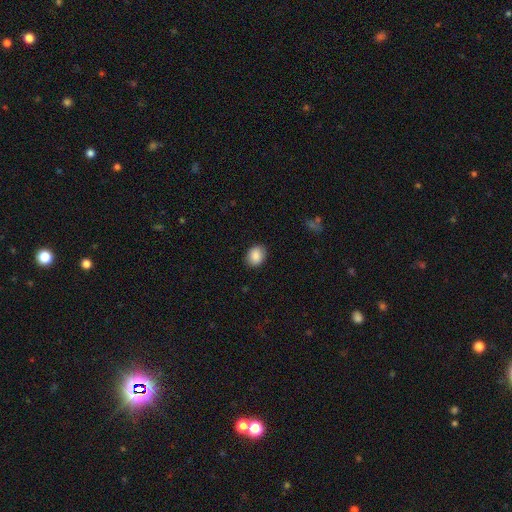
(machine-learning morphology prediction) Overall: smooth (88%). How rounded: in between (56%; round 43%). Merging: none (87%).